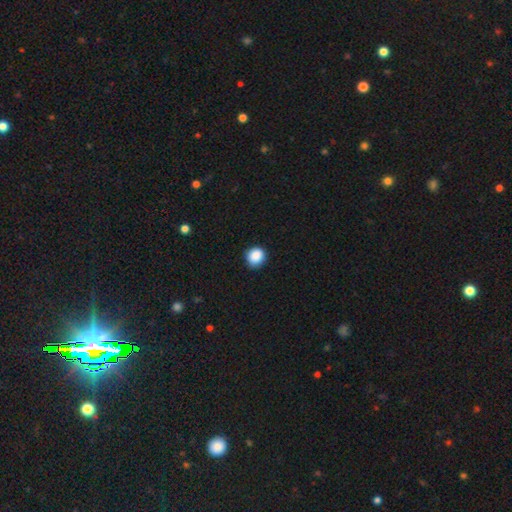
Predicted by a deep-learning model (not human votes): Smooth or featured?
  - smooth: 88% *
  - star or artifact: 9%
  - featured or disk: 3%
How rounded?
  - round: 86% *
  - in between: 13%
  - cigar-shaped: 1%
Merging?
  - none: 86% *
  - minor disturbance: 11%
  - major disturbance: 2%
  - merger: 1%